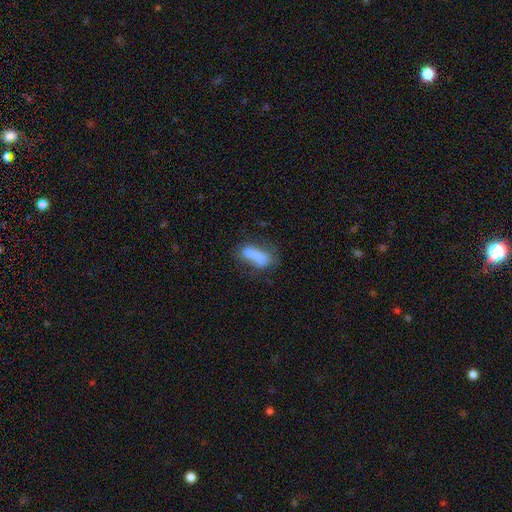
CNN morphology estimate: Smooth or featured?
  - smooth: 69% *
  - featured or disk: 21%
  - star or artifact: 10%
How rounded?
  - in between: 63% *
  - cigar-shaped: 33%
  - round: 4%
Merging?
  - none: 42% *
  - minor disturbance: 27%
  - major disturbance: 22%
  - merger: 9%